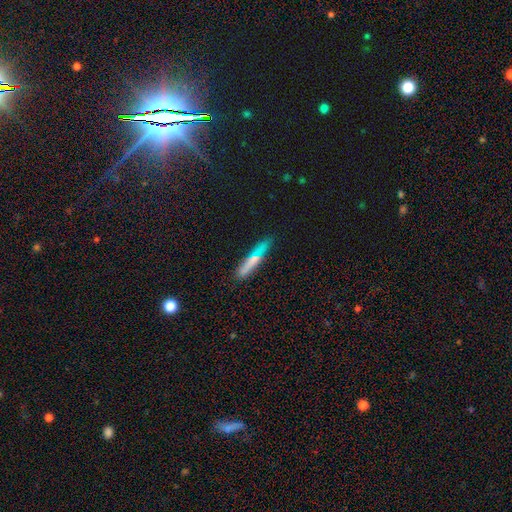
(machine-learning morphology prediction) A smooth galaxy with no disk features (59%) that is cigar-shaped (90%).

Vote fractions:
- Smooth or featured? smooth: 59% / featured or disk: 32% / star or artifact: 9%
- How rounded? cigar-shaped: 90% / in between: 7% / round: 2%
- Merging? none: 78% / minor disturbance: 15% / major disturbance: 3% / merger: 3%